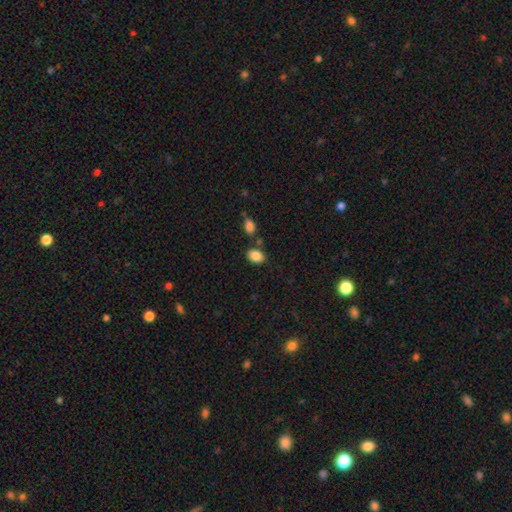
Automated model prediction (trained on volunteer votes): This is clearly a smooth galaxy (87%). How rounded: likely in between (78%). Merging: likely none (72%).